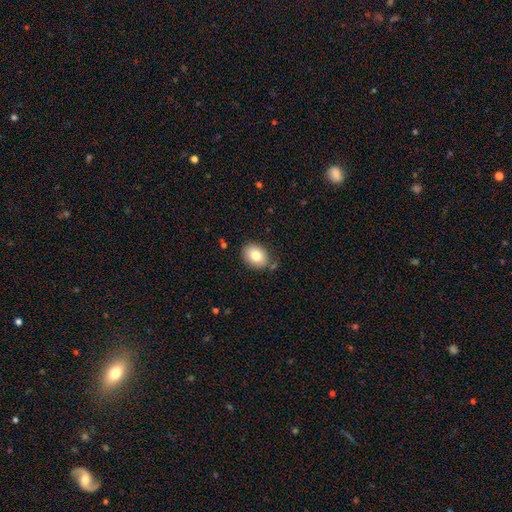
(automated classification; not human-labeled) Smooth or featured? Predicted: smooth (p=0.81). How rounded? Predicted: in between (p=0.62). Merging? Predicted: none (p=0.79).